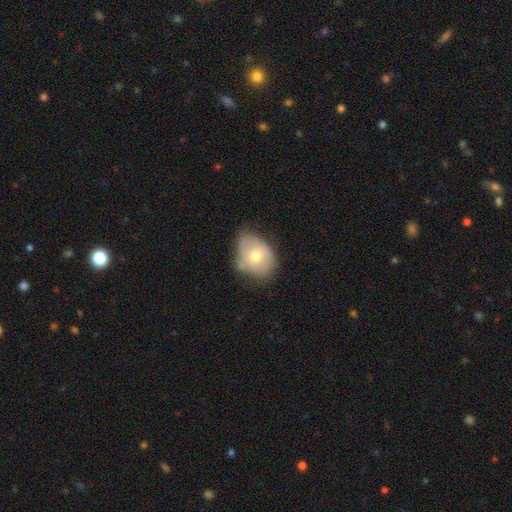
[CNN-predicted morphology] The model was most divided on "merging": none: 45%, minor disturbance: 40%, major disturbance: 11%, merger: 4%. More confident: smooth or featured — smooth (62%); how rounded — in between (61%).